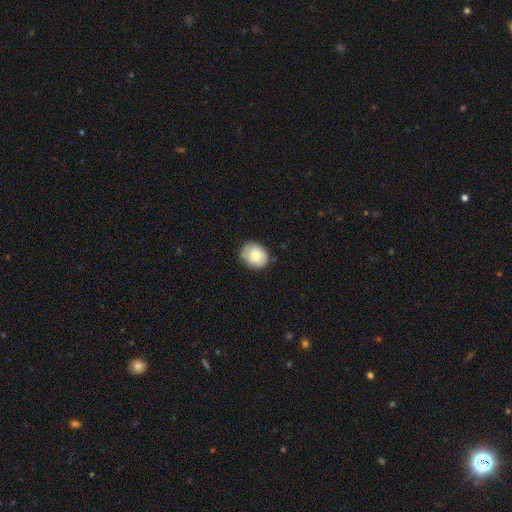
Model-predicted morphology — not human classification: smooth_or_featured: smooth (p=0.70) [alt: featured or disk p=0.22]
how_rounded: round (p=0.61) [alt: in between p=0.38]
merging: none (p=0.77) [alt: minor disturbance p=0.18]